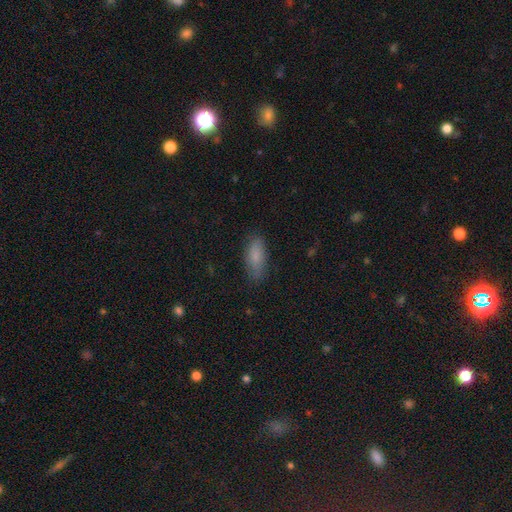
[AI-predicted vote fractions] This is clearly a smooth galaxy (82%). How rounded: likely in between (74%). Merging: clearly none (82%).